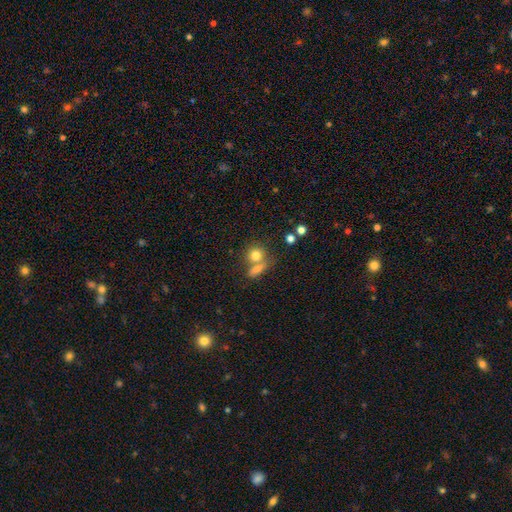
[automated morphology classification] Q: Smooth or featured?
A: smooth (77%); runner-up: featured or disk (12%)
Q: How rounded?
A: round (74%); runner-up: in between (23%)
Q: Merging?
A: none (44%); runner-up: merger (41%)